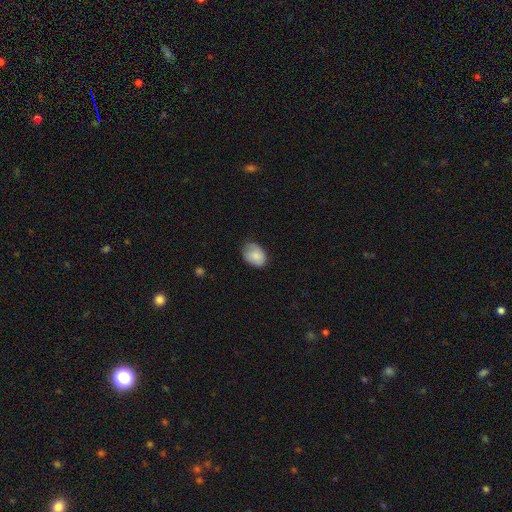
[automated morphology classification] smooth 83%, featured or disk 10%, star or artifact 7%. Down the decision tree: how rounded — in between (74%); merging — none (68%).